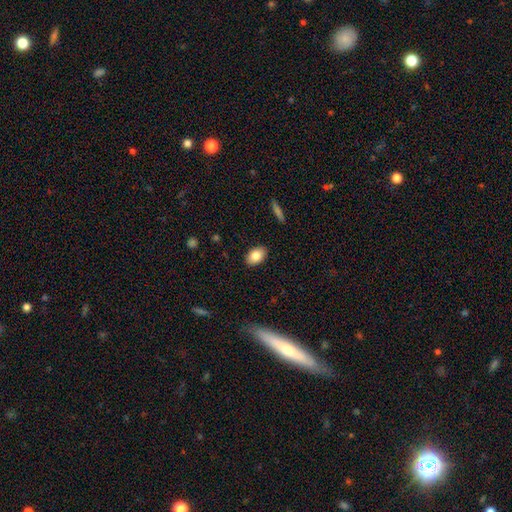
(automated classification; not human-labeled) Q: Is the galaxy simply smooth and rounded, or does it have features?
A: smooth — 83%.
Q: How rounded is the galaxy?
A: in between — 88%.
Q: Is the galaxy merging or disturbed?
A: none — 89%.